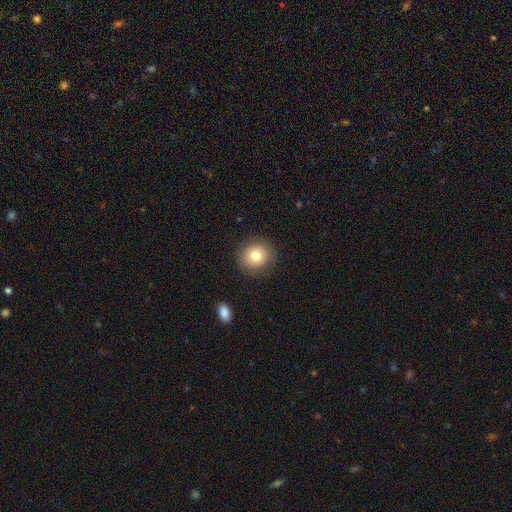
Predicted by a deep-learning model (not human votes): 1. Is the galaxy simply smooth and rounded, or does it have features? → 78% smooth, 12% featured or disk, 10% star or artifact.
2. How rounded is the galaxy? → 89% round, 10% in between, 1% cigar-shaped.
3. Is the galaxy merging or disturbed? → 88% none, 8% minor disturbance, 3% major disturbance, 1% merger.